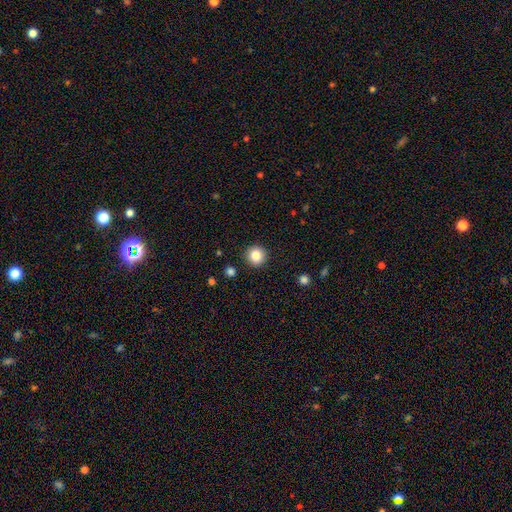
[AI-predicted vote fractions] Q: Smooth or featured?
A: smooth (84%); runner-up: star or artifact (10%)
Q: How rounded?
A: round (95%); runner-up: in between (4%)
Q: Merging?
A: none (92%); runner-up: minor disturbance (5%)